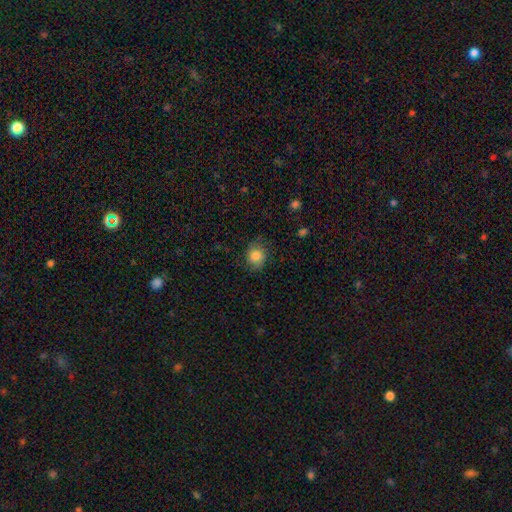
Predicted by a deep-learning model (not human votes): smooth_or_featured: smooth (p=0.81) [alt: featured or disk p=0.10]
how_rounded: round (p=0.69) [alt: in between p=0.30]
merging: none (p=0.75) [alt: minor disturbance p=0.19]